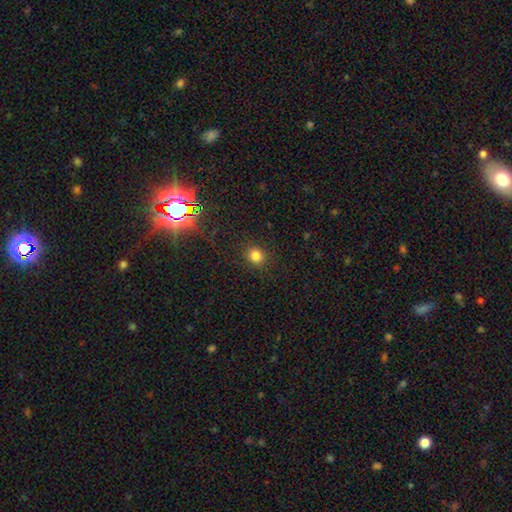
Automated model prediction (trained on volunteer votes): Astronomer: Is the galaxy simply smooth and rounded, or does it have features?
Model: smooth — 80%.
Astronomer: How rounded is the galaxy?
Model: round — 86%.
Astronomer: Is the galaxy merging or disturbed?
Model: none — 90%.